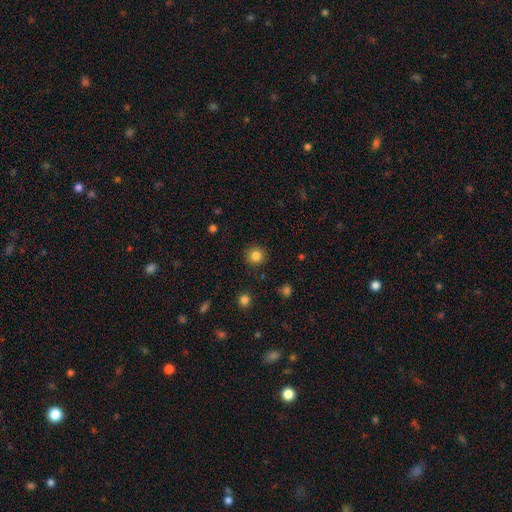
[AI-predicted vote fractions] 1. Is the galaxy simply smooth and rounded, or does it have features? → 83% smooth, 11% star or artifact, 6% featured or disk.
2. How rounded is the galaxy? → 93% round, 6% in between, 1% cigar-shaped.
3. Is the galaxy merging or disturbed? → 91% none, 6% minor disturbance, 2% major disturbance, 1% merger.